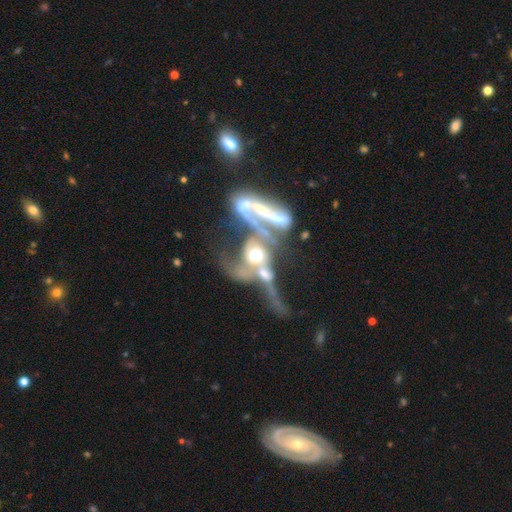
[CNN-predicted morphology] Smooth or featured? Predicted: featured or disk (p=0.63). Edge-on disk? Predicted: no (p=0.91). Bar? Predicted: no (p=0.75). Spiral arms? Predicted: no (p=0.52). Bulge size? Predicted: moderate (p=0.46). Merging? Predicted: merger (p=0.72).